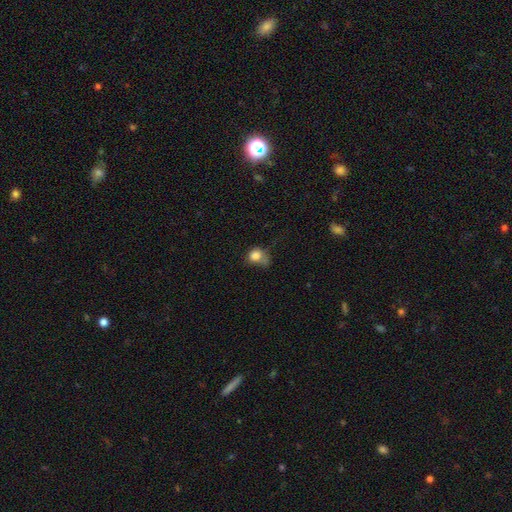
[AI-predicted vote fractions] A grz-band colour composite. It shows a smooth galaxy with no disk features (80%) that is round (66%). Merging: none (35%).